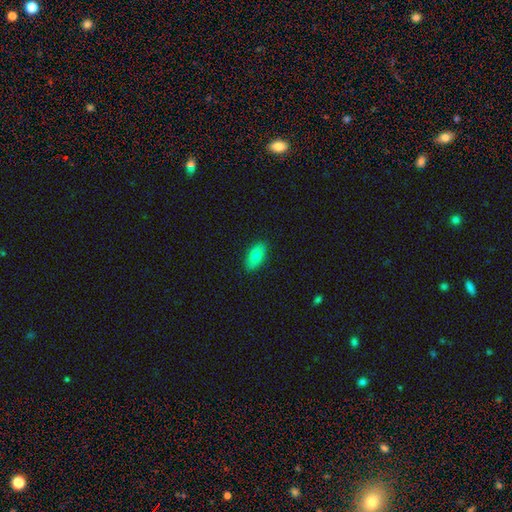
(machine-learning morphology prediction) Overall: smooth (78%). How rounded: in between (89%). Merging: none (88%).